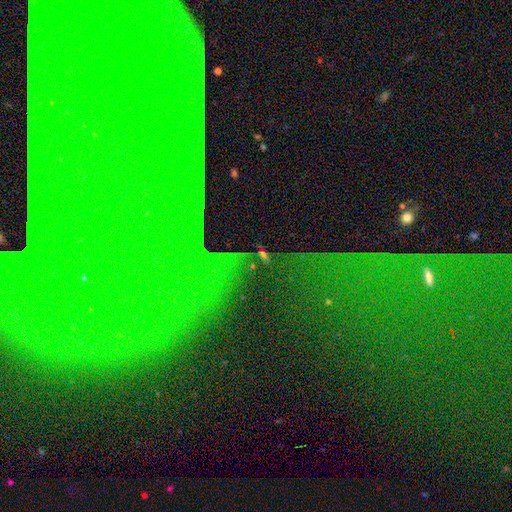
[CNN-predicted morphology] Overall: star or artifact (75%).